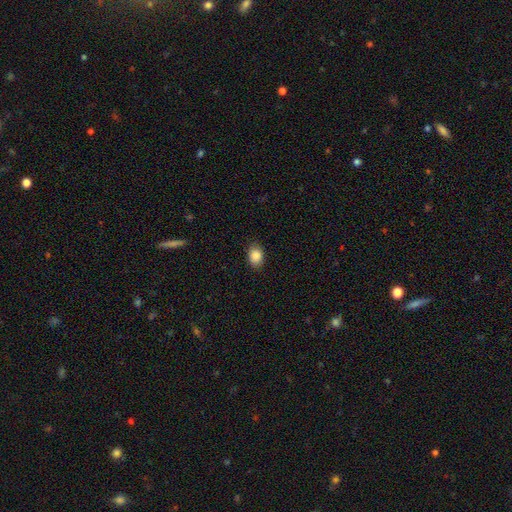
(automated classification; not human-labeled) This appears to be a smooth galaxy with no disk features (88%) that is in between round and cigar-shaped (78%). Merging: none (85%).